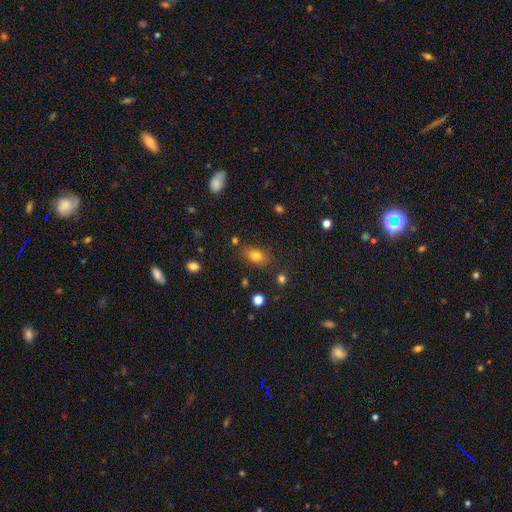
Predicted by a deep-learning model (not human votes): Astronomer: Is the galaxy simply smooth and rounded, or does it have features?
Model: smooth — 78%.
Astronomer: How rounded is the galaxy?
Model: in between — 78%.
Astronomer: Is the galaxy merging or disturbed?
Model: none — 79%.